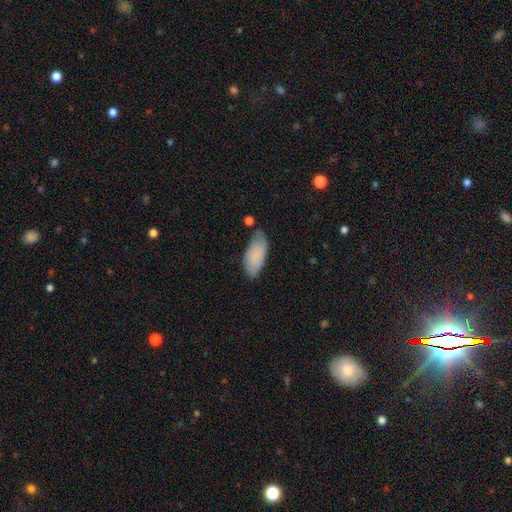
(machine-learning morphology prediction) A smooth galaxy with no disk features (82%) that is in between round and cigar-shaped (89%). Merging: none (61%).